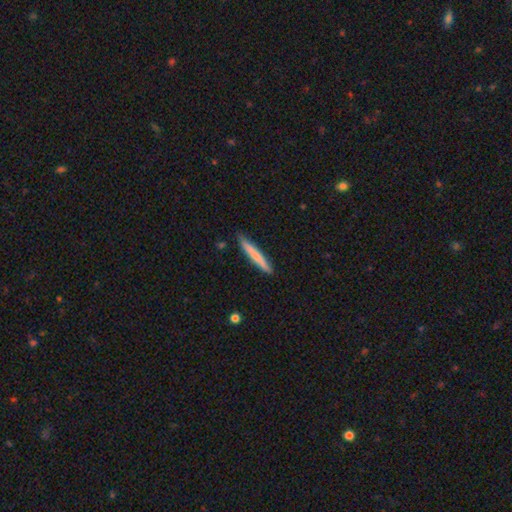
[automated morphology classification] A smooth galaxy with no disk features (71%) that is cigar-shaped (96%).

Vote fractions:
- Smooth or featured? smooth: 71% / featured or disk: 24% / star or artifact: 5%
- How rounded? cigar-shaped: 96% / in between: 3% / round: 1%
- Merging? none: 88% / minor disturbance: 9% / major disturbance: 1% / merger: 1%